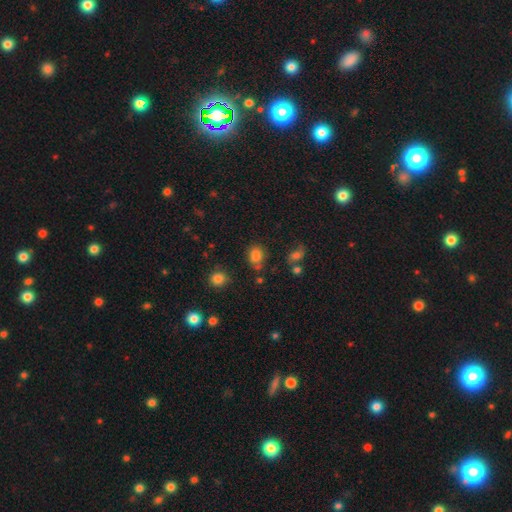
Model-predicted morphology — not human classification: Smooth or featured?
  - smooth: 79% *
  - star or artifact: 14%
  - featured or disk: 7%
How rounded?
  - in between: 52% *
  - round: 47%
  - cigar-shaped: 1%
Merging?
  - none: 64% *
  - minor disturbance: 20%
  - merger: 9%
  - major disturbance: 7%